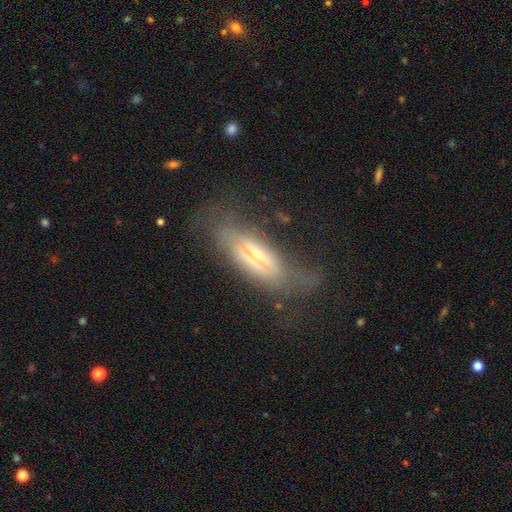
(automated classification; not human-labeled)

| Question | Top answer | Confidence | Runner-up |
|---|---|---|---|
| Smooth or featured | featured or disk | 64% | smooth (28%) |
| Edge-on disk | yes | 62% | no (38%) |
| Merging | none | 53% | minor disturbance (25%) |